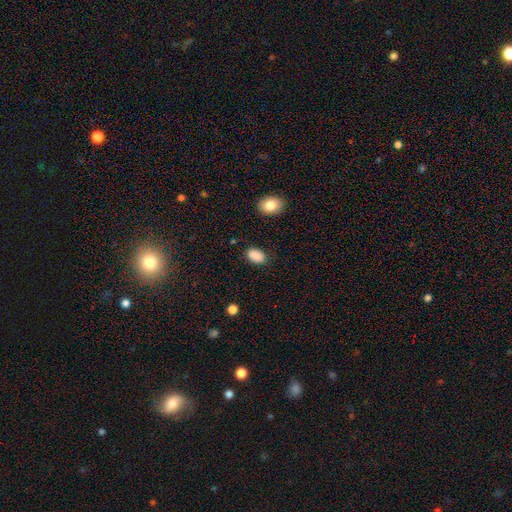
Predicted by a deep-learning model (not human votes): Overall: smooth (89%). How rounded: in between (89%). Merging: none (82%).